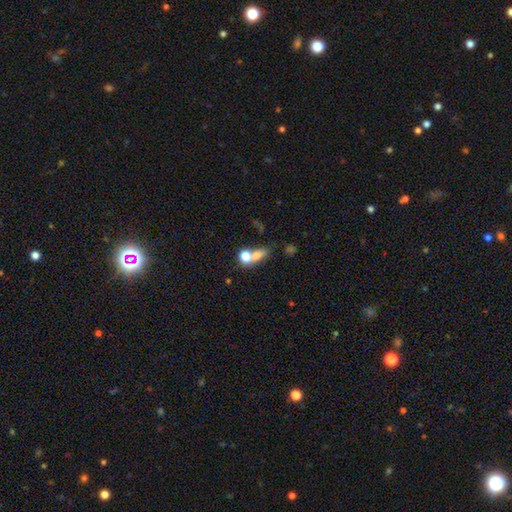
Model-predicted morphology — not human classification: Smooth or featured: smooth — 68% (featured or disk — 17%)
How rounded: round — 51% (in between — 42%)
Merging: merger — 51% (none — 34%)